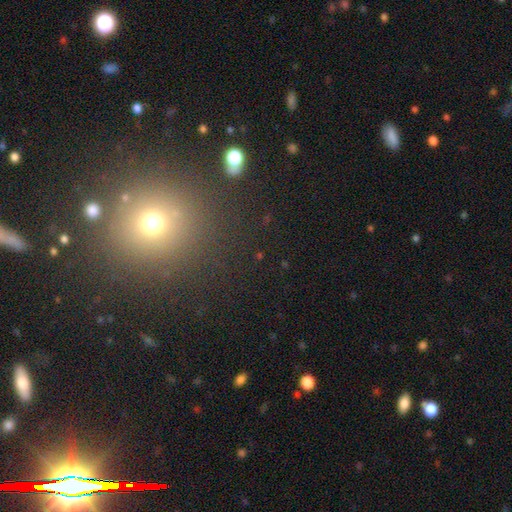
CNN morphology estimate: Smooth or featured? star or artifact (48%)